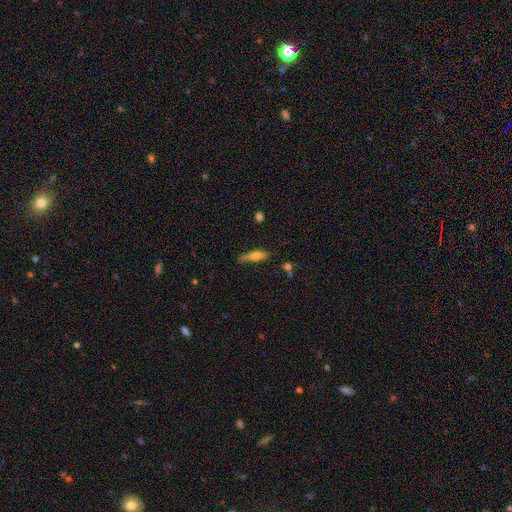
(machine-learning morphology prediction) smooth 66%, featured or disk 26%, star or artifact 8%. Down the decision tree: how rounded — cigar-shaped (57%); merging — none (55%).